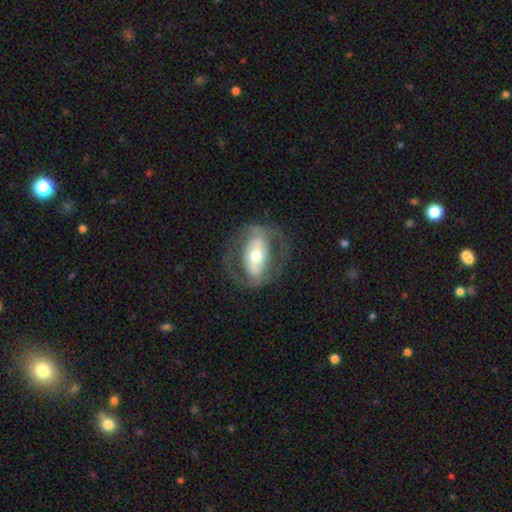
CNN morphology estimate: A featured or disk galaxy (67%) with a strong bar (42%), no spiral arms (57%) and a moderate central bulge (66%). Merging: none (70%).